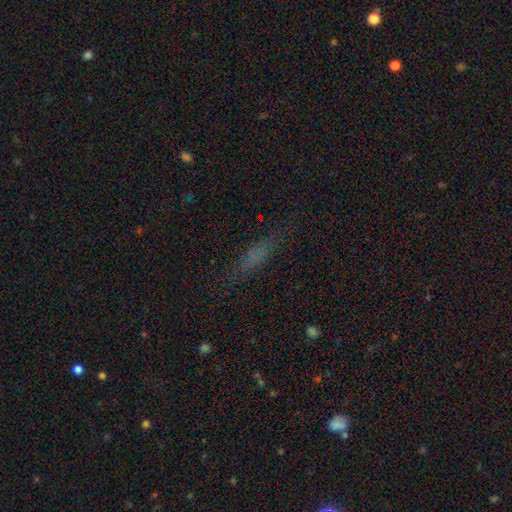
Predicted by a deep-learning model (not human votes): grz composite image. It shows a smooth galaxy with no disk features (58%) that is cigar-shaped (71%). Merging: none (75%).